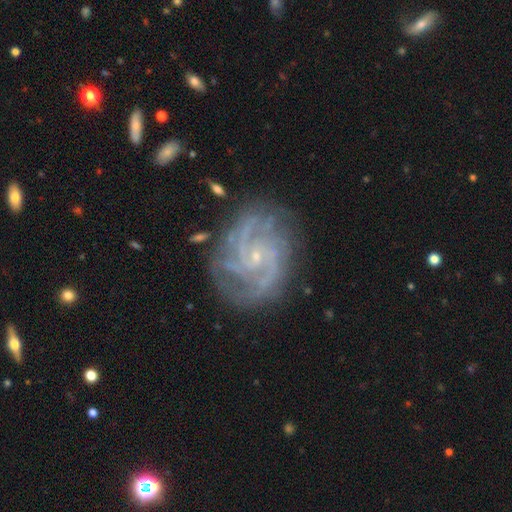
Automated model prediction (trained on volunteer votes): The model was most divided on "spiral arm count" (2-way tie): 2: 27%, 3: 27%, 4: 16%, can't tell: 15%, more than 4: 8%, 1: 7%. More confident: spiral arms — yes (98%); edge-on disk — no (98%); smooth or featured — featured or disk (90%); bulge size — small (86%); merging — none (77%); bar — no (65%); spiral winding — tight (52%).